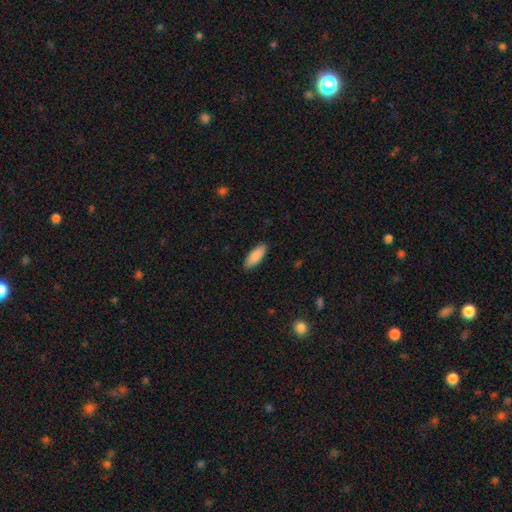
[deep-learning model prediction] A smooth galaxy with no disk features (89%) that is in between round and cigar-shaped (70%).

Vote fractions:
- Smooth or featured? smooth: 89% / star or artifact: 6% / featured or disk: 6%
- How rounded? in between: 70% / cigar-shaped: 28% / round: 2%
- Merging? none: 89% / minor disturbance: 8% / major disturbance: 2% / merger: 1%